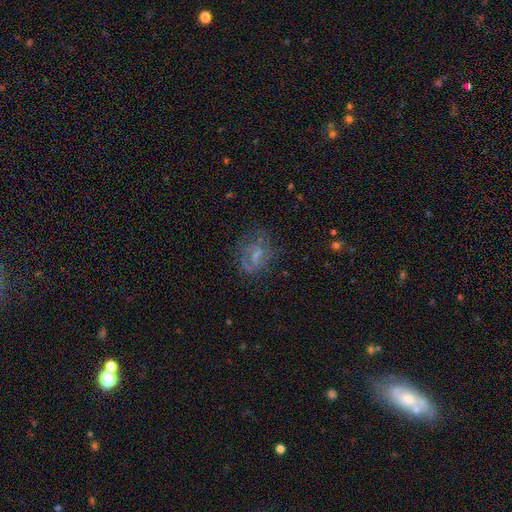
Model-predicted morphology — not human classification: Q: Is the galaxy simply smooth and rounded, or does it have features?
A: featured or disk — 55%.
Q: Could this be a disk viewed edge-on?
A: no — 96%.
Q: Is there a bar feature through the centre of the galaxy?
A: weak — 45%.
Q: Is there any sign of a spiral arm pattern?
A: yes — 59%.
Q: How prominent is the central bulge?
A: small — 38%.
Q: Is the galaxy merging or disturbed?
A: none — 58%.